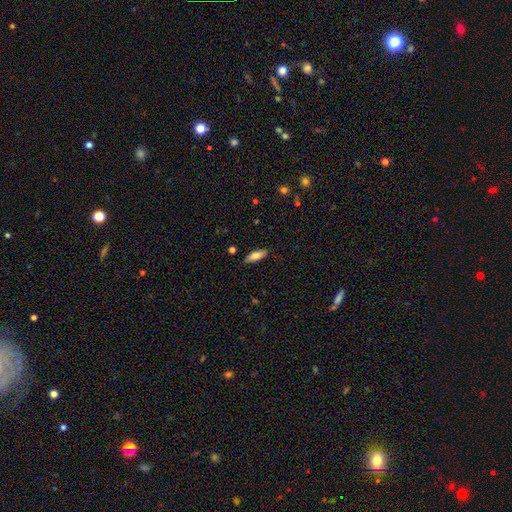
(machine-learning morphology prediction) type=smooth (75%); roundness=in between (67%); merging=none (86%).